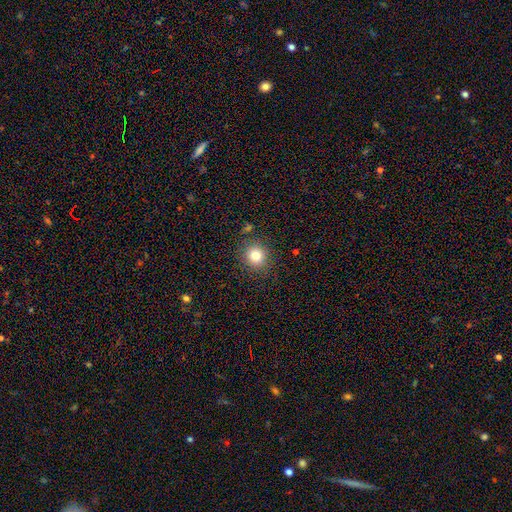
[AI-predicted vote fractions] smooth-or-featured: smooth: 79% | star or artifact: 13% | featured or disk: 8%
  how-rounded: round: 89% | in between: 10% | cigar-shaped: 1%
  merging: none: 87% | minor disturbance: 8% | major disturbance: 3% | merger: 2%